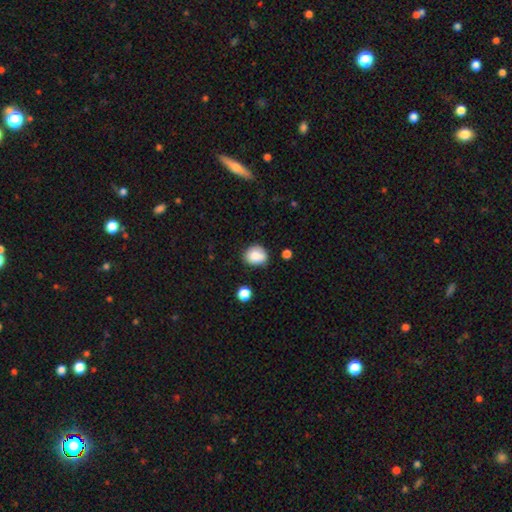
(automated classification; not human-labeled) This appears to be a smooth galaxy with no disk features (82%) that is round (65%). Merging: none (69%).